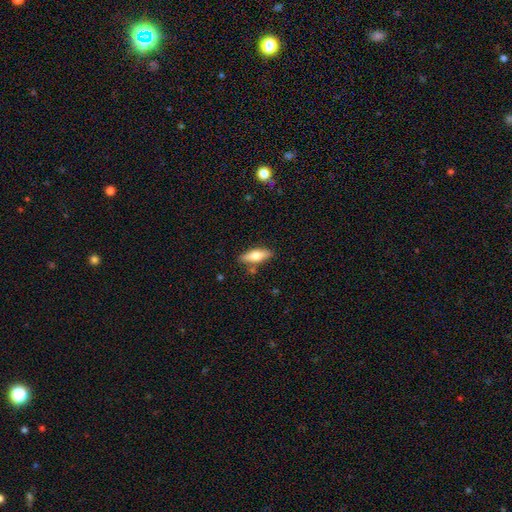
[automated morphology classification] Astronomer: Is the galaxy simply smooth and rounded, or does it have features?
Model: smooth — 66%.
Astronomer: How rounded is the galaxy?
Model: in between — 58% (runner-up: cigar-shaped, 40%).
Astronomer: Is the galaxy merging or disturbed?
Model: none — 82%.